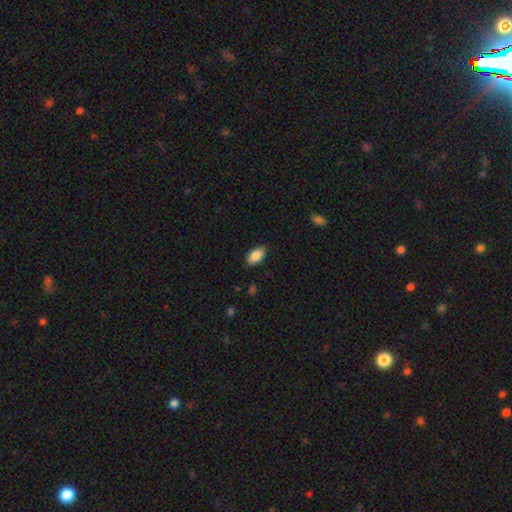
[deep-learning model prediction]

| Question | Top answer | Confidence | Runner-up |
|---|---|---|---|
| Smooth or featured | smooth | 87% | star or artifact (7%) |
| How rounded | in between | 94% | round (4%) |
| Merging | none | 88% | minor disturbance (9%) |